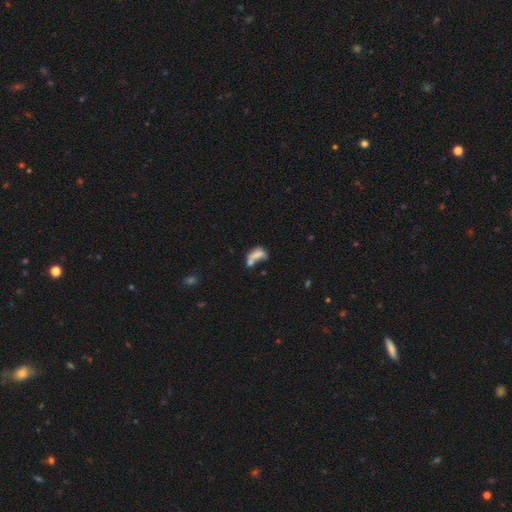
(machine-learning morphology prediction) smooth 62%, featured or disk 25%, star or artifact 13%. Down the decision tree: how rounded — in between (78%); merging — merger (50%).